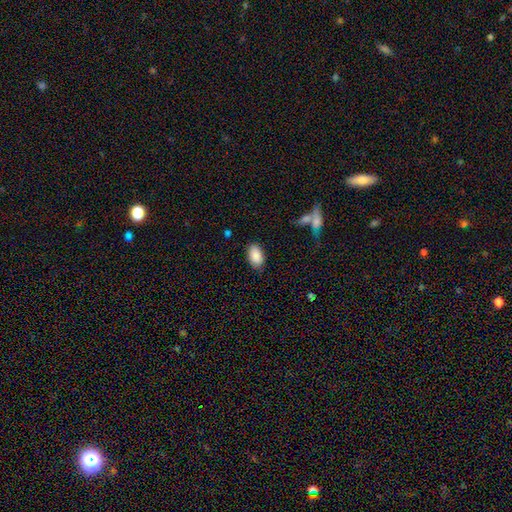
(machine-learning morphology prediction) This is clearly a smooth galaxy (88%). How rounded: clearly in between (93%). Merging: clearly none (83%).